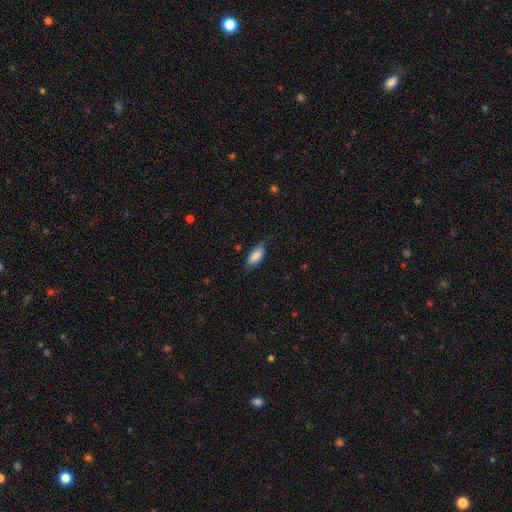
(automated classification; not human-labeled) Smooth or featured?
  - smooth: 81% *
  - featured or disk: 13%
  - star or artifact: 6%
How rounded?
  - in between: 83% *
  - cigar-shaped: 15%
  - round: 2%
Merging?
  - none: 61% *
  - minor disturbance: 30%
  - major disturbance: 8%
  - merger: 1%